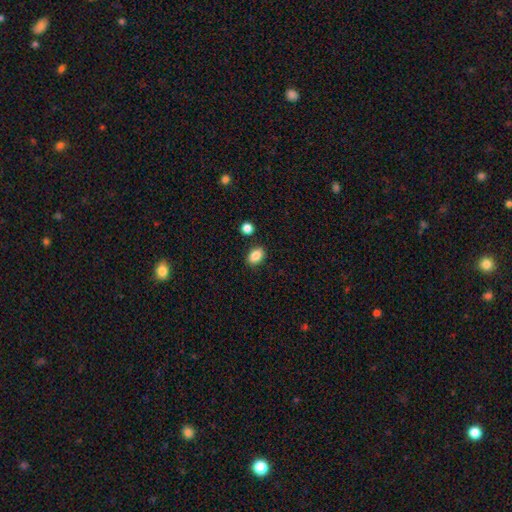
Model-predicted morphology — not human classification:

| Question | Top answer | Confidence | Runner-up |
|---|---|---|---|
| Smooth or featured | smooth | 87% | star or artifact (9%) |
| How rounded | in between | 82% | round (17%) |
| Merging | none | 85% | minor disturbance (10%) |